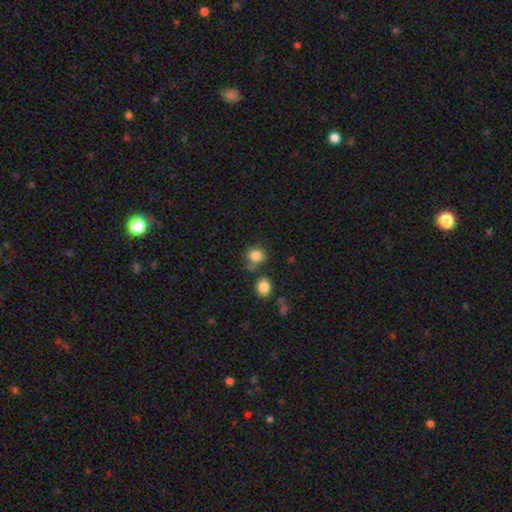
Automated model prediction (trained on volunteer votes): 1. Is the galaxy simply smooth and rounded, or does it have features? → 84% smooth, 11% star or artifact, 6% featured or disk.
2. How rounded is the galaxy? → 77% round, 22% in between, 1% cigar-shaped.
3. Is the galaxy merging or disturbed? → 64% none, 18% merger, 14% minor disturbance, 5% major disturbance.